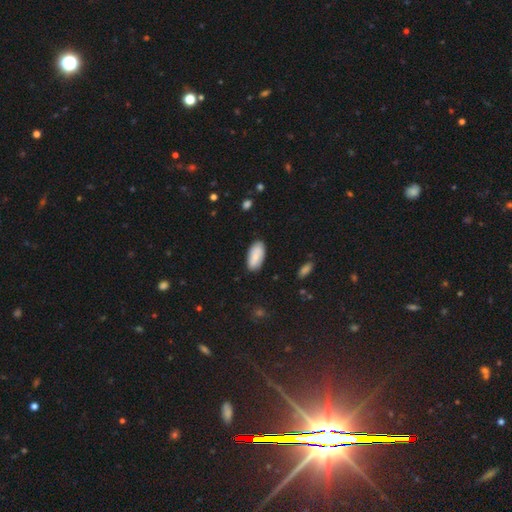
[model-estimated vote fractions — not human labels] Morphology: type=smooth (79%); roundness=in between (92%); merging=none (82%).